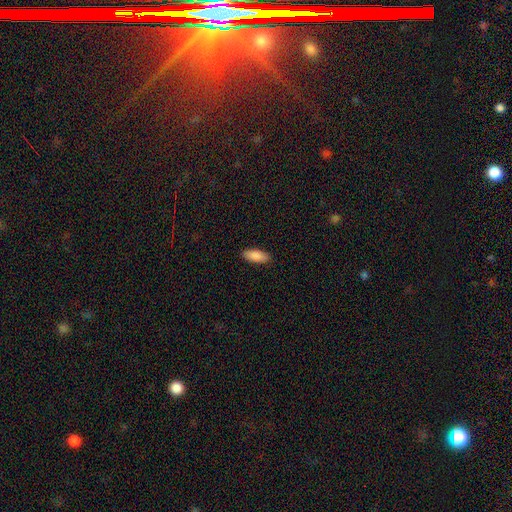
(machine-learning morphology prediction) Overall: smooth (89%). How rounded: in between (79%). Merging: none (90%).